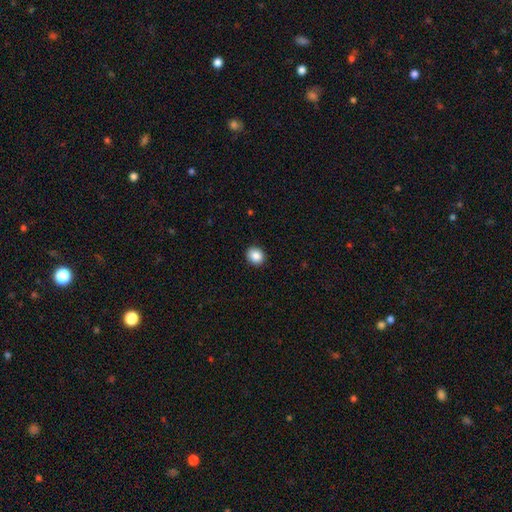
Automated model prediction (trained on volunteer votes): Smooth or featured? Predicted: smooth (p=0.88). How rounded? Predicted: round (p=0.72). Merging? Predicted: none (p=0.91).